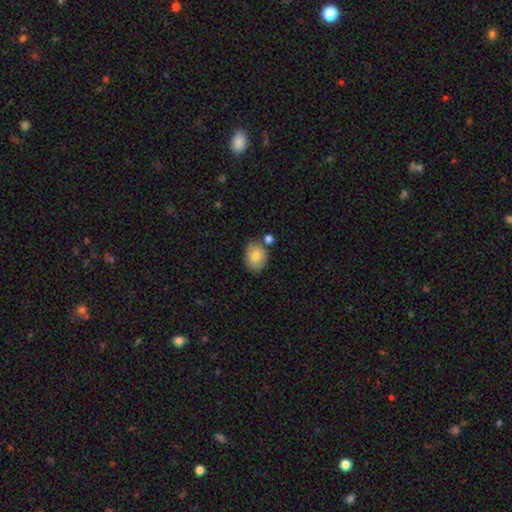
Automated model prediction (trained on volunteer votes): This appears to be a smooth galaxy with no disk features (83%) that is in between round and cigar-shaped (71%). Merging: none (72%).